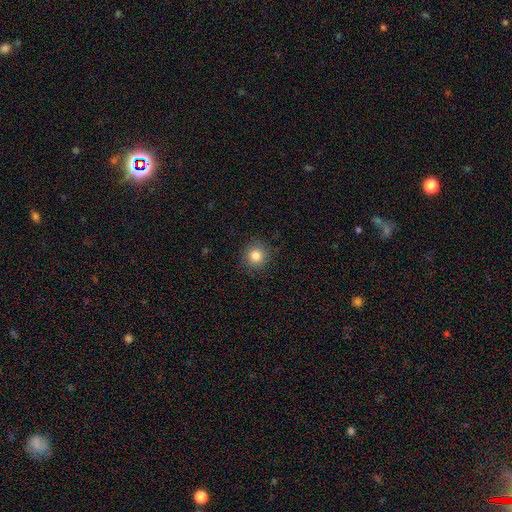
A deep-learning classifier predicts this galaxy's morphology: Smooth or featured?
  - smooth: 83% *
  - star or artifact: 11%
  - featured or disk: 6%
How rounded?
  - round: 91% *
  - in between: 8%
  - cigar-shaped: 1%
Merging?
  - none: 87% *
  - minor disturbance: 9%
  - major disturbance: 3%
  - merger: 1%